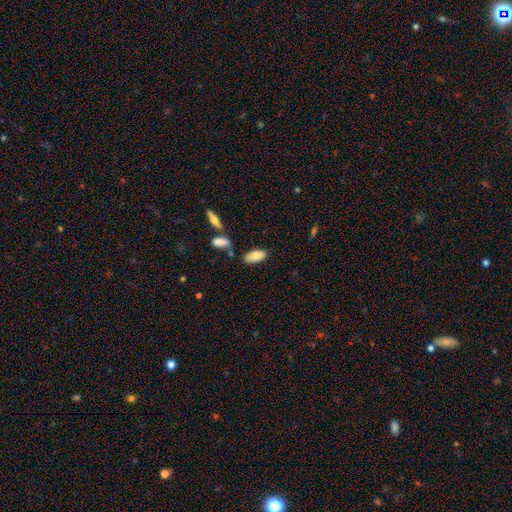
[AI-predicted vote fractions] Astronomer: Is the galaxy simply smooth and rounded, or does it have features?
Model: smooth — 79%.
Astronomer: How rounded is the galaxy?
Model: in between — 90%.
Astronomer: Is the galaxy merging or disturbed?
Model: none — 71%.